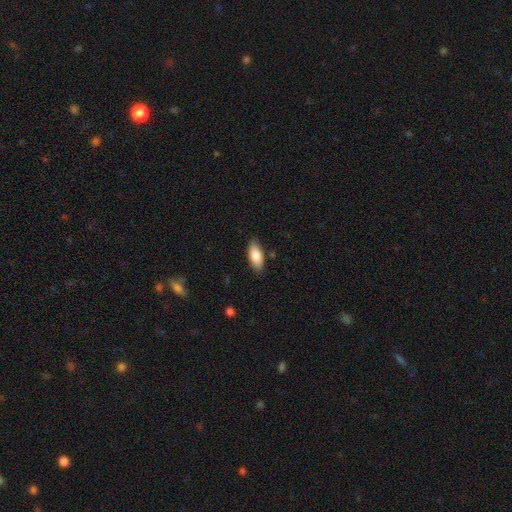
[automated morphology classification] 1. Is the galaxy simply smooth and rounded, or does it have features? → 83% smooth, 11% featured or disk, 6% star or artifact.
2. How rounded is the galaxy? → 85% in between, 12% cigar-shaped, 2% round.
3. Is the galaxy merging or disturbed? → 85% none, 11% minor disturbance, 2% major disturbance, 1% merger.